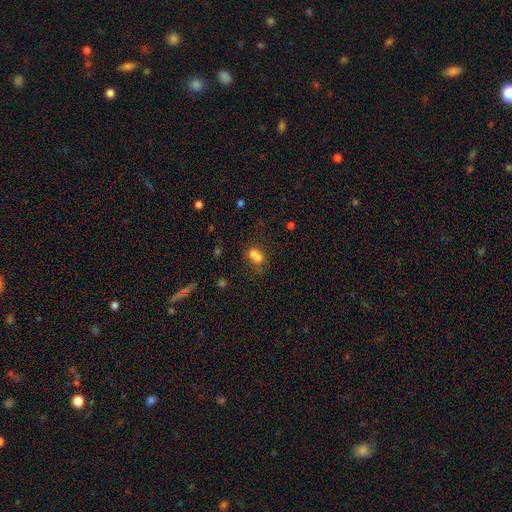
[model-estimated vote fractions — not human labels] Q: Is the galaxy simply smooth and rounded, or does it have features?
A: smooth — 69%.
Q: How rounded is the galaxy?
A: in between — 50%.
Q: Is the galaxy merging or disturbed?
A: merger — 60%.